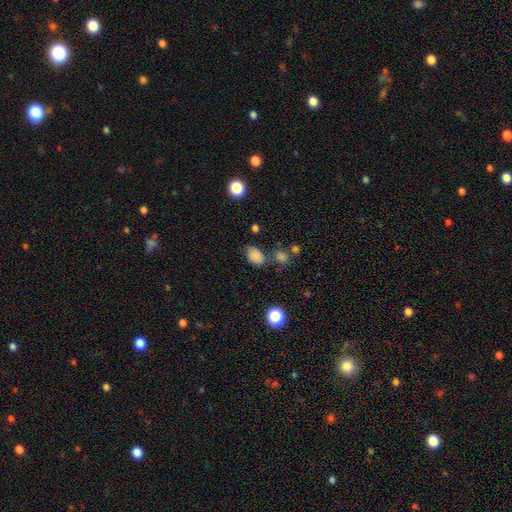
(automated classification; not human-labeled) smooth 82%, star or artifact 13%, featured or disk 6%. Down the decision tree: how rounded — in between (85%); merging — none (64%).